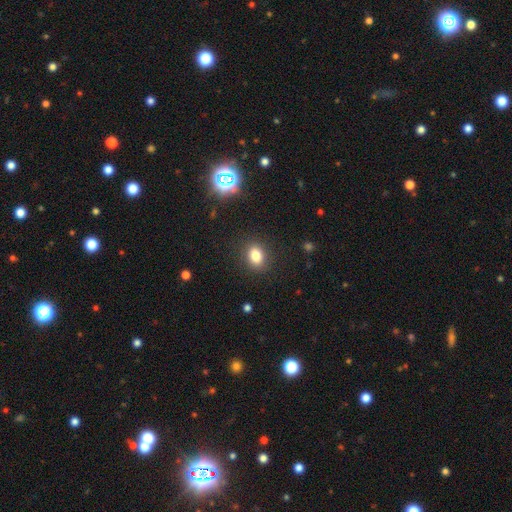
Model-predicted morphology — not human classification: The model was most divided on "how rounded": in between: 57%, round: 42%, cigar-shaped: 1%. More confident: merging — none (87%); smooth or featured — smooth (82%).